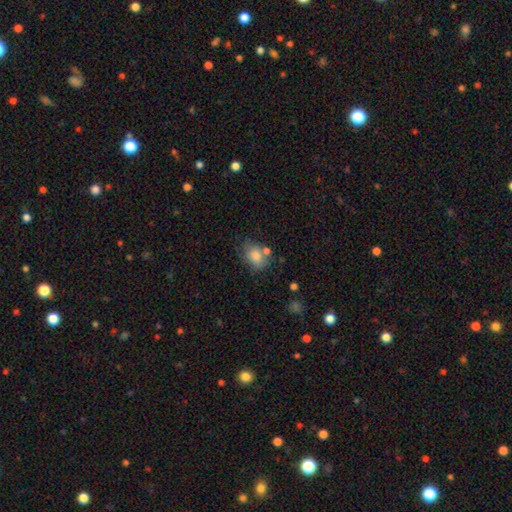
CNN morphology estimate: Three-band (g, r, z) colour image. It shows a smooth galaxy with no disk features (78%) that is in between round and cigar-shaped (67%). Merging: none (57%).